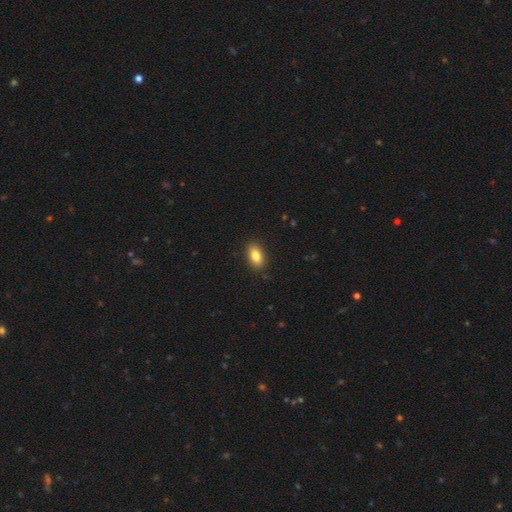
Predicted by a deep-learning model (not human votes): Overall: smooth (85%). How rounded: in between (90%). Merging: none (89%).